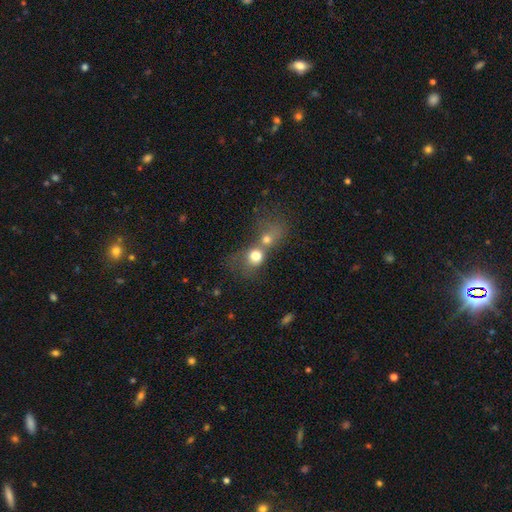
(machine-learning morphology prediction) A smooth galaxy with no disk features (71%) that is round (71%). Merging: merger (69%).